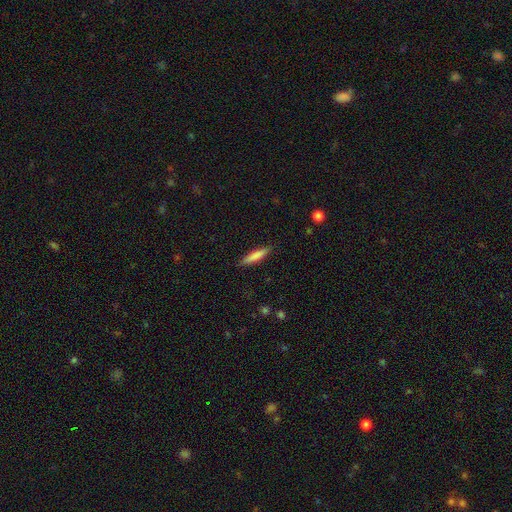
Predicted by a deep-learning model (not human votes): smooth-or-featured: smooth: 73% | featured or disk: 21% | star or artifact: 6%
  how-rounded: cigar-shaped: 87% | in between: 11% | round: 1%
  merging: none: 88% | minor disturbance: 9% | major disturbance: 2% | merger: 1%